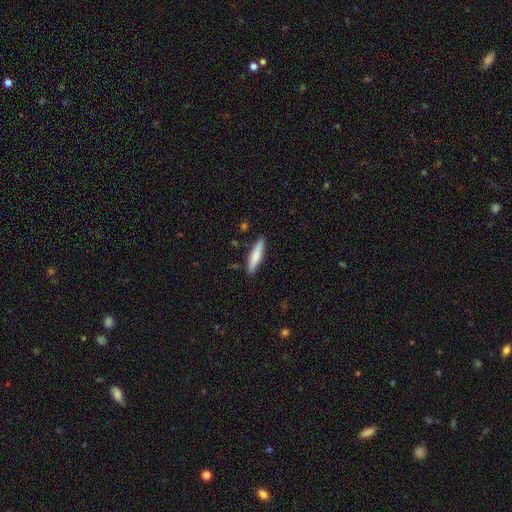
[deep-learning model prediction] The model was most divided on "smooth or featured": smooth: 74%, featured or disk: 20%, star or artifact: 6%. More confident: merging — none (87%); how rounded — cigar-shaped (83%).